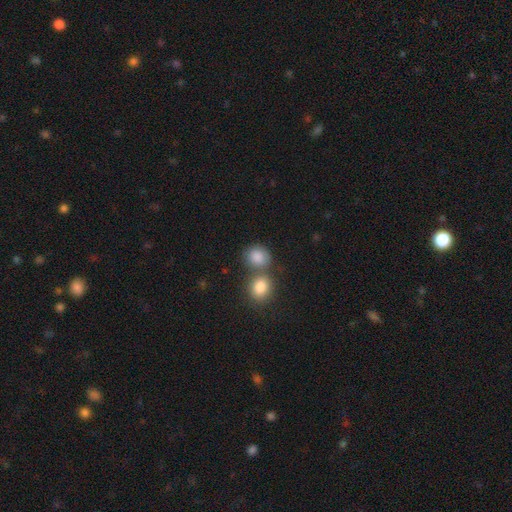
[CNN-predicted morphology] This appears to be a smooth galaxy with no disk features (85%) that is round (73%). Merging: none (52%).